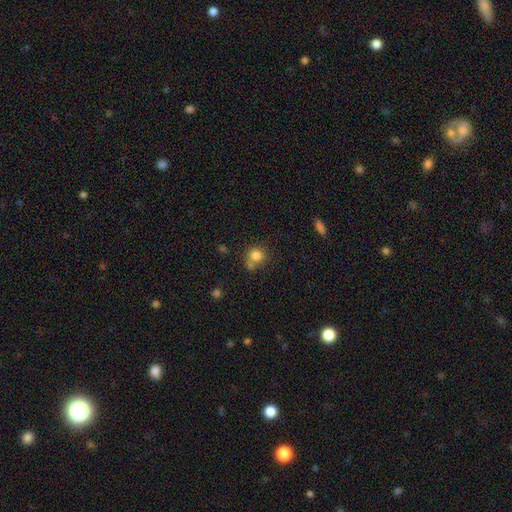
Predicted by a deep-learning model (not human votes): Smooth or featured? smooth (81%)
How rounded? round (83%)
Merging? none (55%)